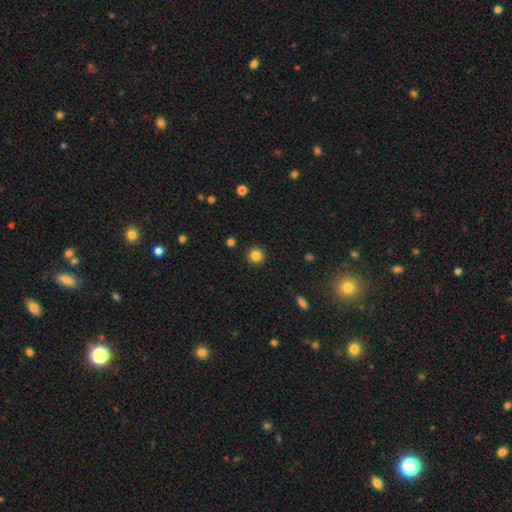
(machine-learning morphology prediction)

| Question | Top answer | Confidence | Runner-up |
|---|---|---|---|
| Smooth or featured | smooth | 84% | star or artifact (11%) |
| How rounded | round | 94% | in between (5%) |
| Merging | none | 92% | minor disturbance (5%) |